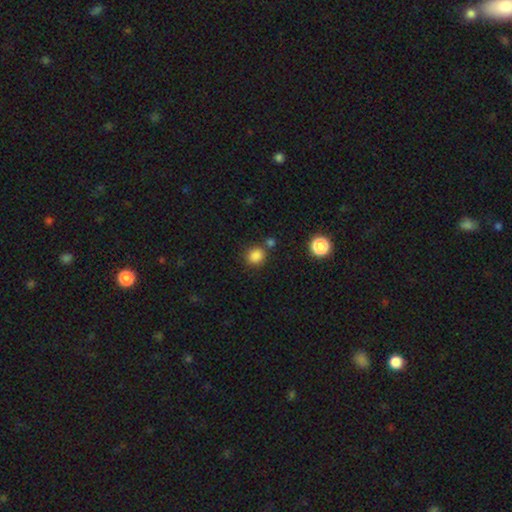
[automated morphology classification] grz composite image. It shows a smooth galaxy with no disk features (84%) that is round (81%). Merging: none (75%).